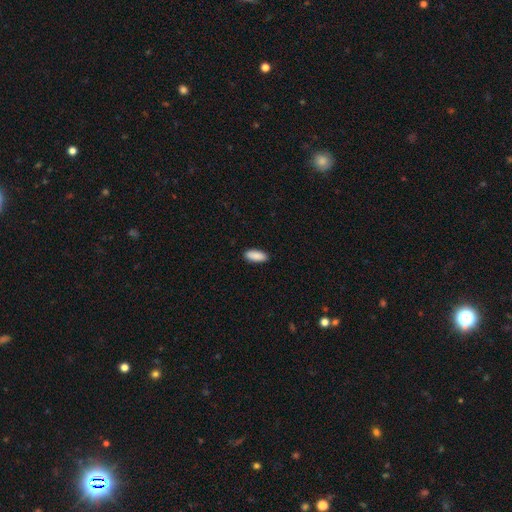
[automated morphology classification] Smooth or featured?
  - smooth: 91% *
  - star or artifact: 6%
  - featured or disk: 3%
How rounded?
  - in between: 80% *
  - cigar-shaped: 18%
  - round: 2%
Merging?
  - none: 89% *
  - minor disturbance: 8%
  - major disturbance: 2%
  - merger: 1%